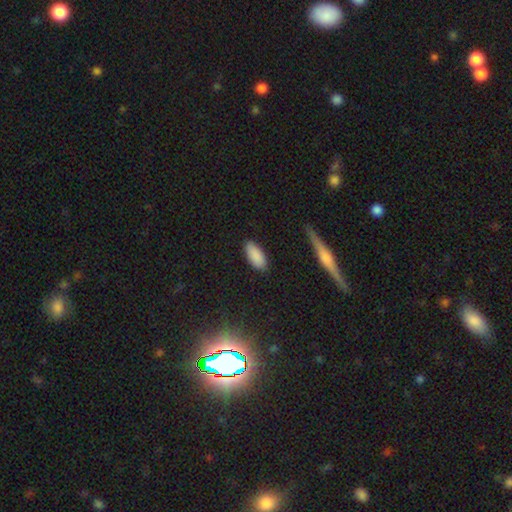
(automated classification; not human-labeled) Overall: smooth (89%). How rounded: in between (88%). Merging: none (84%).